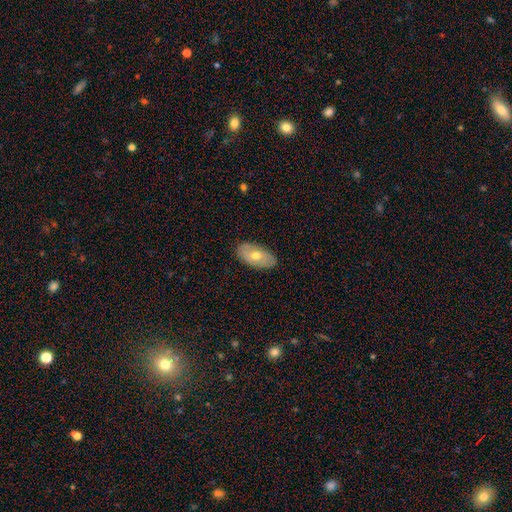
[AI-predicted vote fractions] Smooth or featured?
  - smooth: 58% *
  - featured or disk: 36%
  - star or artifact: 6%
How rounded?
  - in between: 93% *
  - round: 4%
  - cigar-shaped: 3%
Merging?
  - none: 87% *
  - minor disturbance: 10%
  - major disturbance: 2%
  - merger: 1%